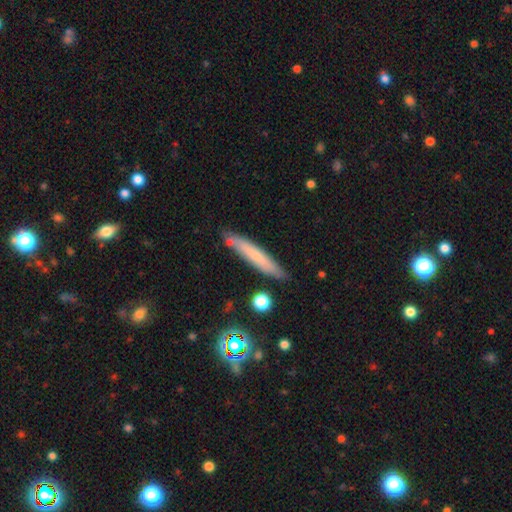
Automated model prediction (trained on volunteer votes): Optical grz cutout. It shows a smooth galaxy with no disk features (62%) that is cigar-shaped (94%). Merging: none (83%).